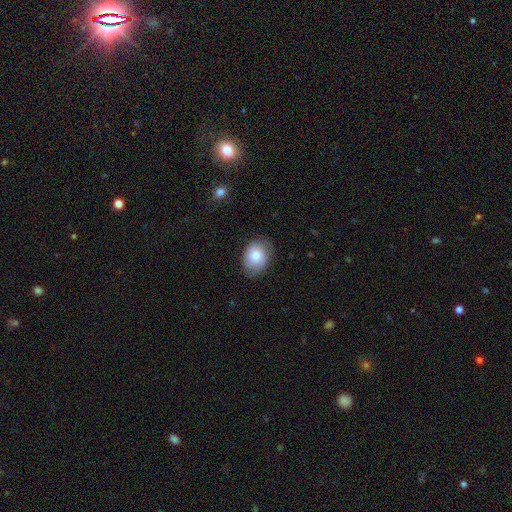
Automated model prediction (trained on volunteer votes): Morphology: type=smooth (78%); roundness=in between (65%); merging=none (76%).